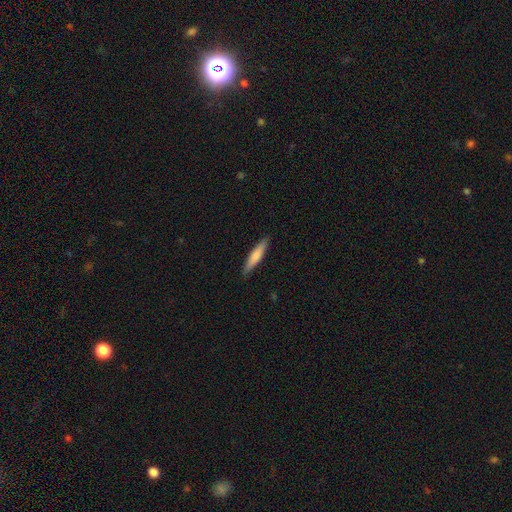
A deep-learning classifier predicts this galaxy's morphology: smooth_or_featured: smooth (p=0.69) [alt: featured or disk p=0.25]
how_rounded: cigar-shaped (p=0.88) [alt: in between p=0.11]
merging: none (p=0.90) [alt: minor disturbance p=0.08]